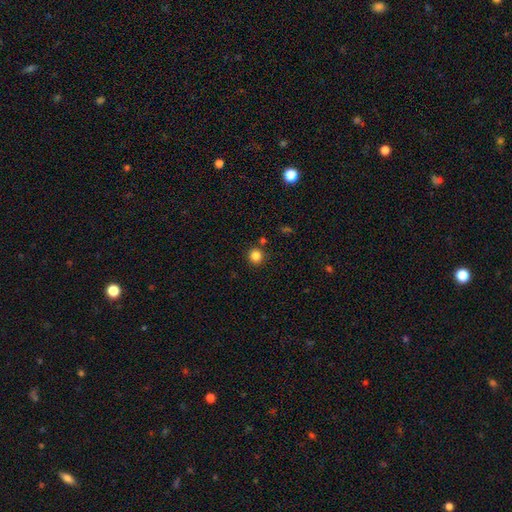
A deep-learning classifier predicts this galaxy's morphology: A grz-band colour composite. It shows a smooth galaxy with no disk features (84%) that is round (94%). Merging: none (87%).